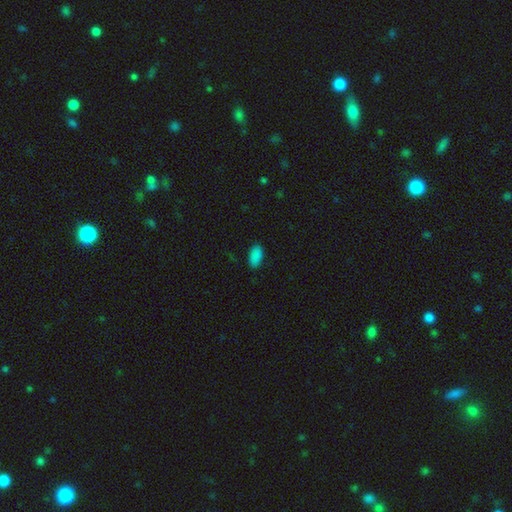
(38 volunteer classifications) Overall: smooth (92%). How rounded: in between (100%). Merging: none (89%).